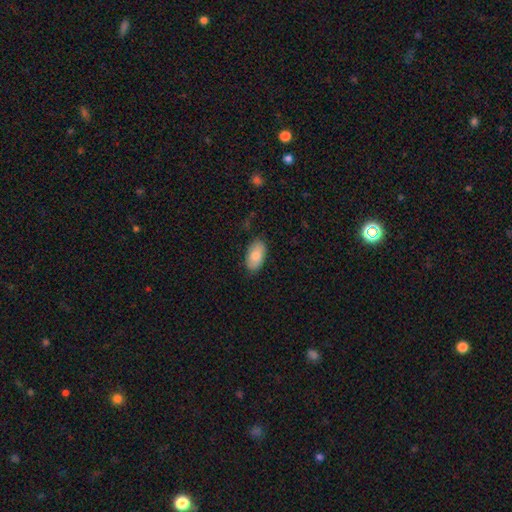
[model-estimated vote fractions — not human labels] Overall: smooth (83%). How rounded: in between (95%). Merging: none (81%).